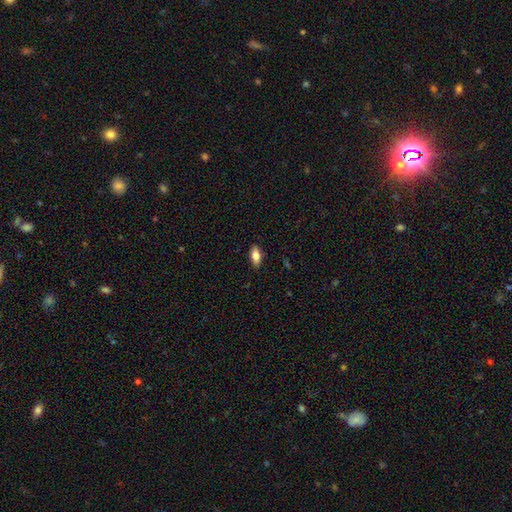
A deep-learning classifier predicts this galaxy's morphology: smooth 78%, featured or disk 15%, star or artifact 7%. Down the decision tree: how rounded — in between (87%); merging — none (88%).